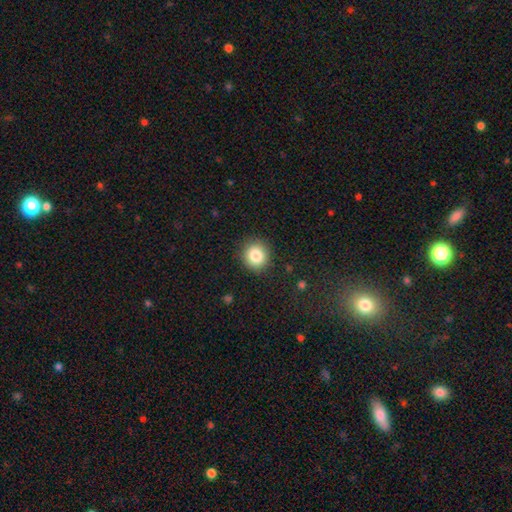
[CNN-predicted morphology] This is clearly a smooth galaxy (85%). How rounded: clearly round (89%). Merging: clearly none (89%).